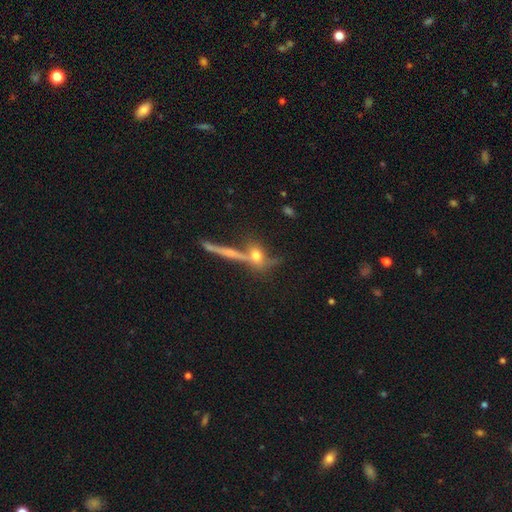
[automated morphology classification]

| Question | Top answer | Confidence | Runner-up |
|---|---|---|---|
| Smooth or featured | smooth | 51% | featured or disk (34%) |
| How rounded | round | 47% | in between (31%) |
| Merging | none | 54% | merger (24%) |